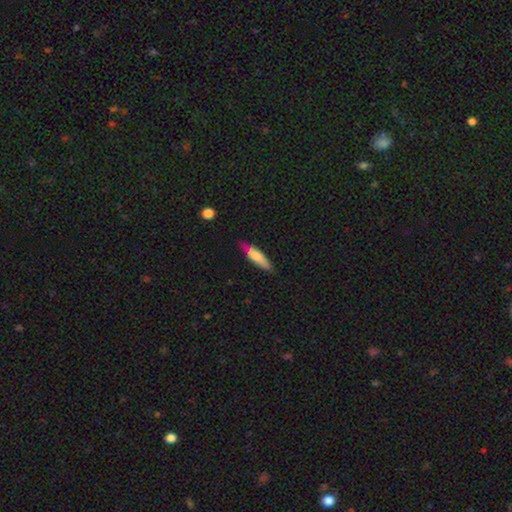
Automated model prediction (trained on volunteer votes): A smooth galaxy with no disk features (71%) that is cigar-shaped (70%). Merging: none (73%).